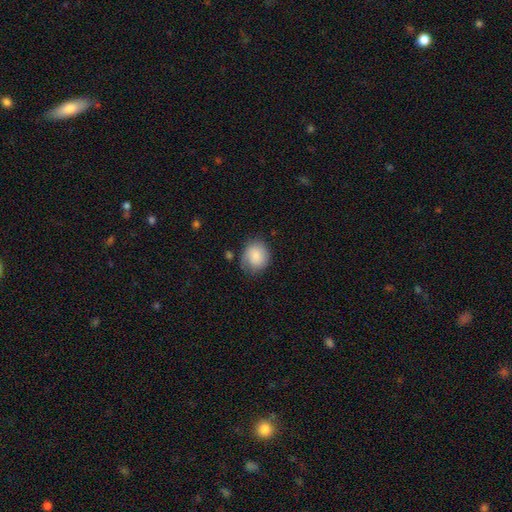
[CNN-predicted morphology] The model was most divided on "how rounded": round: 68%, in between: 31%, cigar-shaped: 1%. More confident: smooth or featured — smooth (79%); merging — none (64%).